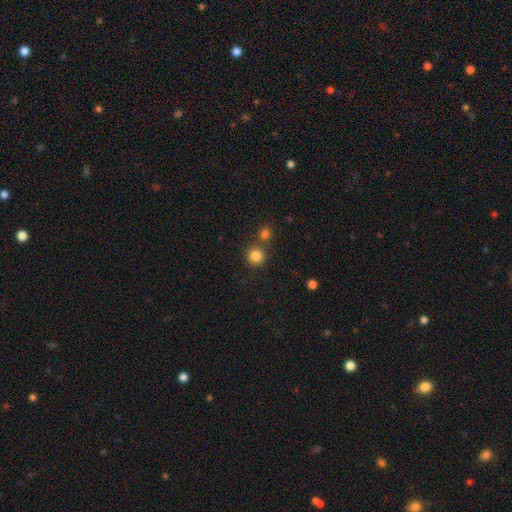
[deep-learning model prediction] A smooth galaxy with no disk features (83%) that is round (93%). Merging: none (72%).